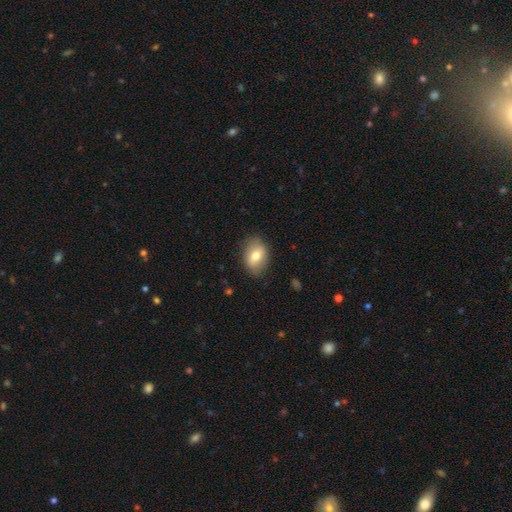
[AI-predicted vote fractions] A smooth galaxy with no disk features (73%) that is in between round and cigar-shaped (78%). Merging: none (81%).